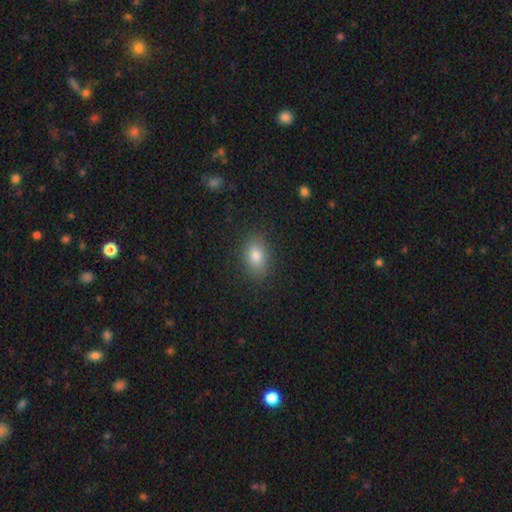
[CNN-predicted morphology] Overall: smooth (81%). How rounded: in between (78%). Merging: none (85%).